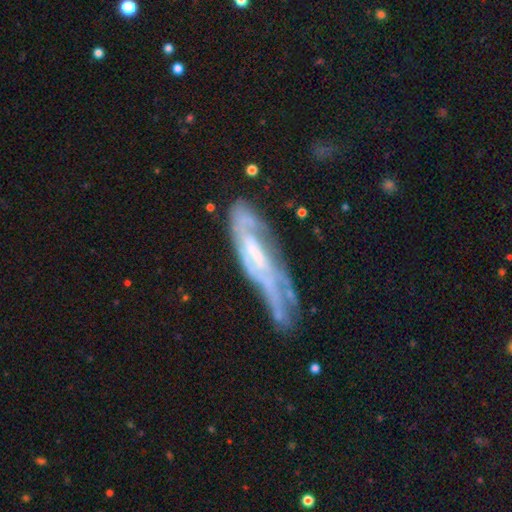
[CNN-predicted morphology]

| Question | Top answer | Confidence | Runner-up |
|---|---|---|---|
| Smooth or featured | featured or disk | 72% | smooth (20%) |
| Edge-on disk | no | 63% | yes (37%) |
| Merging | none | 46% | minor disturbance (27%) |